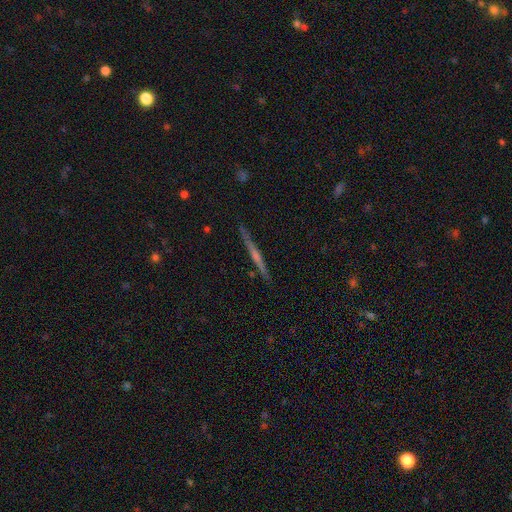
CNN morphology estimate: This is likely a featured or disk galaxy (73%). It is clearly viewed edge-on (98%). Edge-on bulge: possibly rounded (54%). Merging: clearly none (90%).